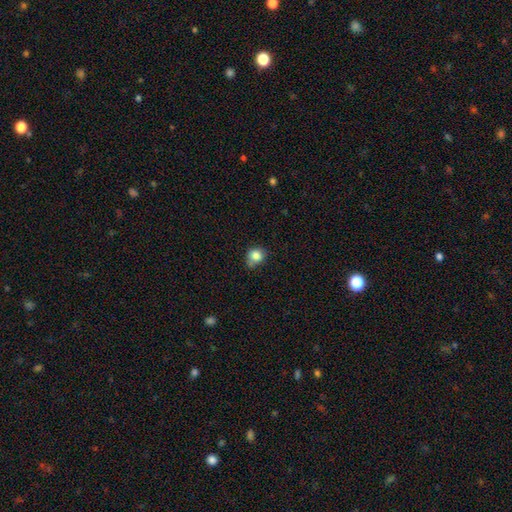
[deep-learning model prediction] Q: Smooth or featured?
A: smooth (83%); runner-up: star or artifact (10%)
Q: How rounded?
A: round (71%); runner-up: in between (28%)
Q: Merging?
A: none (56%); runner-up: minor disturbance (32%)